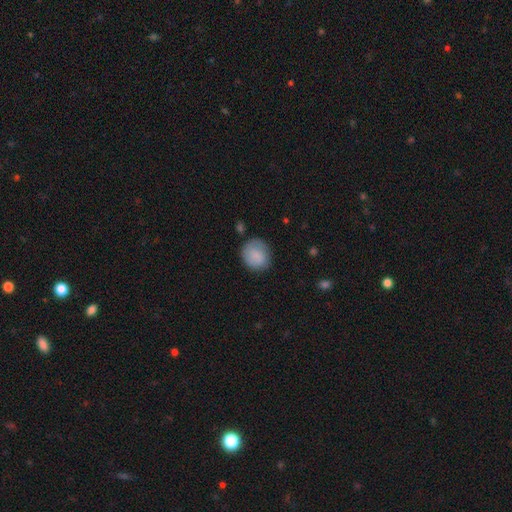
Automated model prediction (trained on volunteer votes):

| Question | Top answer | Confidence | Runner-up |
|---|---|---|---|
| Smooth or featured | smooth | 81% | featured or disk (12%) |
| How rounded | round | 81% | in between (18%) |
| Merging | none | 75% | minor disturbance (18%) |